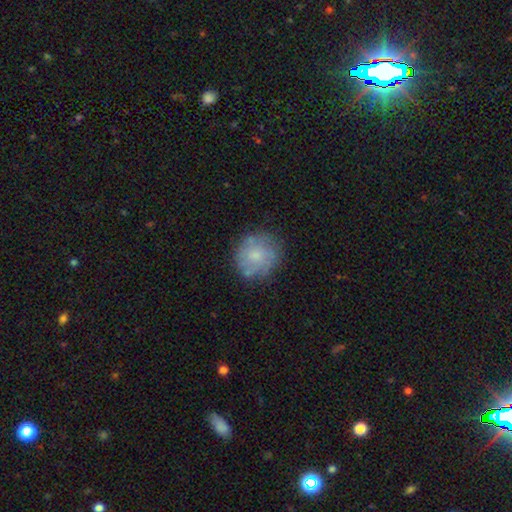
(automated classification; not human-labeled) smooth_or_featured: smooth (p=0.59) [alt: featured or disk p=0.33]
how_rounded: round (p=0.81) [alt: in between p=0.18]
merging: none (p=0.71) [alt: minor disturbance p=0.20]